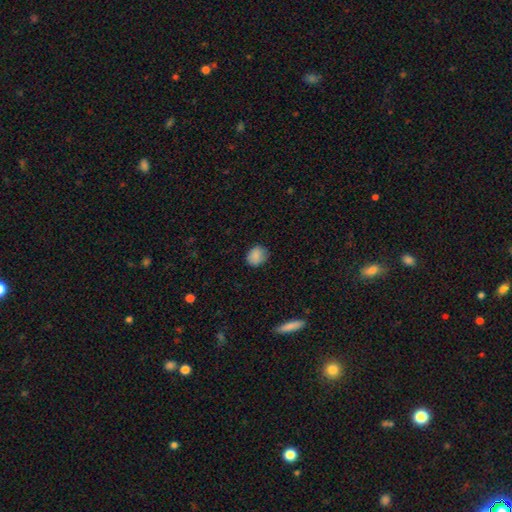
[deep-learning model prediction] Q: Smooth or featured?
A: smooth (87%); runner-up: star or artifact (9%)
Q: How rounded?
A: round (66%); runner-up: in between (33%)
Q: Merging?
A: none (83%); runner-up: minor disturbance (13%)